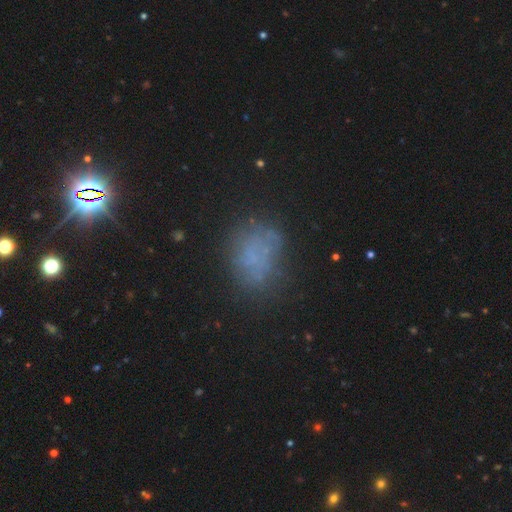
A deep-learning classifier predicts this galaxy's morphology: A smooth galaxy with no disk features (48%). Merging: none (56%).